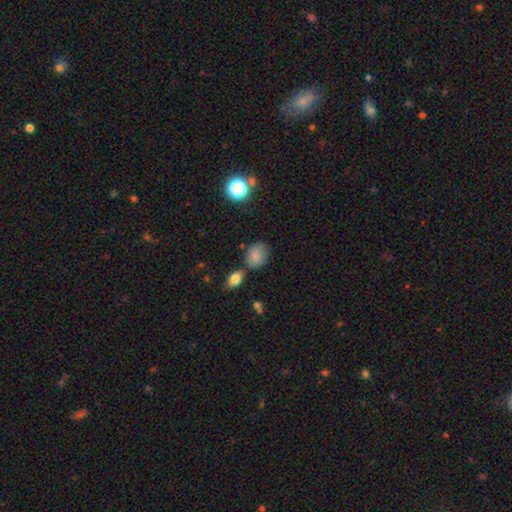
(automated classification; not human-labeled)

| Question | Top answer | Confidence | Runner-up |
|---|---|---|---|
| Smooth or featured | smooth | 79% | star or artifact (12%) |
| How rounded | in between | 55% | round (43%) |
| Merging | none | 64% | minor disturbance (21%) |